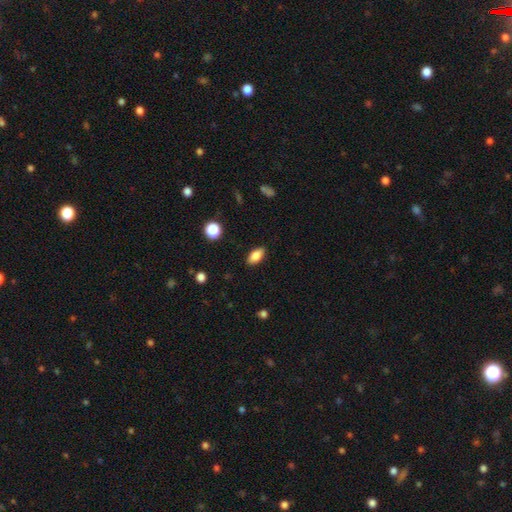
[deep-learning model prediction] smooth 81%, featured or disk 11%, star or artifact 8%. Down the decision tree: how rounded — in between (88%); merging — none (87%).